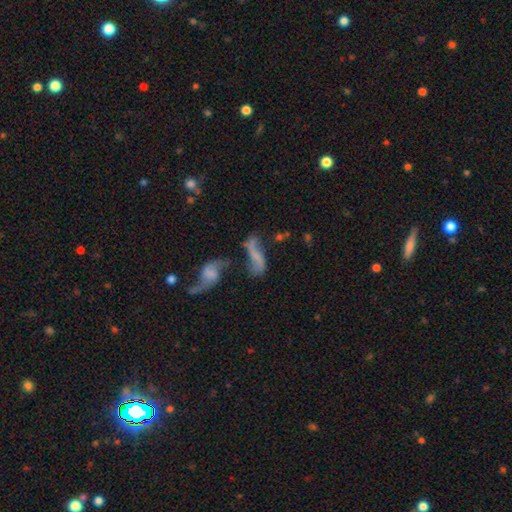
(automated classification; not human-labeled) Overall: featured or disk (60%; smooth 27%). Edge-on disk: no (90%). Bar: no (52%; weak 31%). Spiral arms: yes (73%). Bulge size: none (63%). Merging: merger (32%; none 30%).